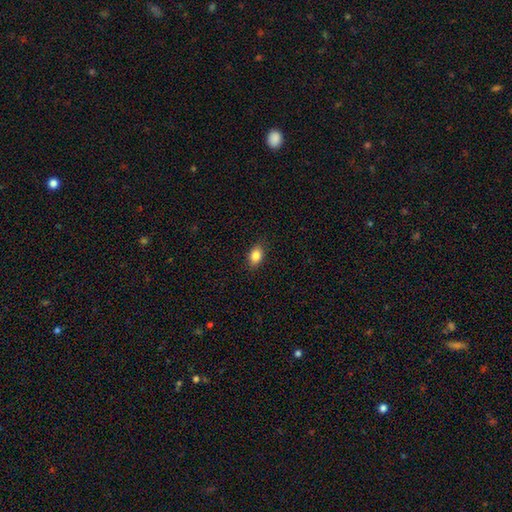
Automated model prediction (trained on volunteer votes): smooth-or-featured: smooth: 85% | star or artifact: 9% | featured or disk: 7%
  how-rounded: in between: 83% | round: 15% | cigar-shaped: 2%
  merging: none: 88% | minor disturbance: 9% | major disturbance: 2% | merger: 1%